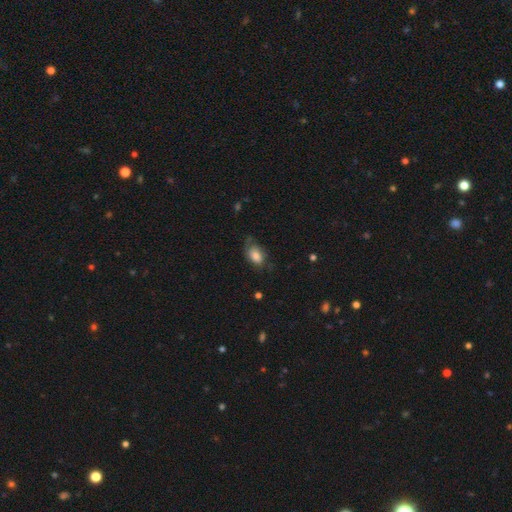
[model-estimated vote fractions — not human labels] Overall: smooth (72%). How rounded: in between (87%). Merging: none (49%; minor disturbance 31%).